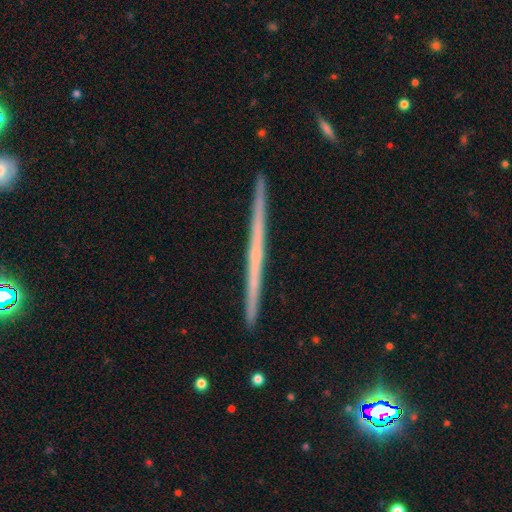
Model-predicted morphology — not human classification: The model was most divided on "smooth or featured": featured or disk: 68%, smooth: 24%, star or artifact: 8%. More confident: edge-on disk — yes (98%); merging — none (92%); edge-on bulge — none (84%).